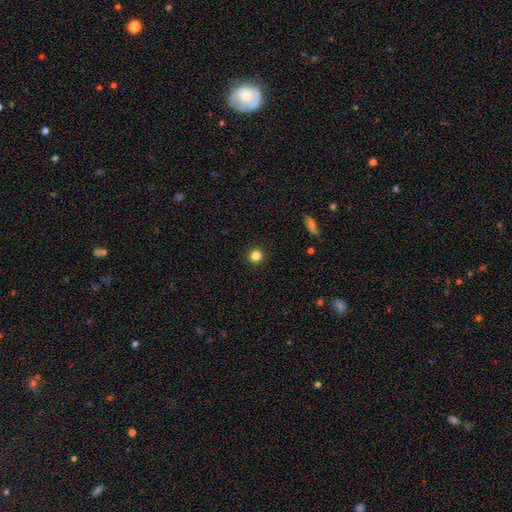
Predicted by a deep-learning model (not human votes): Smooth or featured? Predicted: smooth (p=0.83). How rounded? Predicted: round (p=0.95). Merging? Predicted: none (p=0.93).